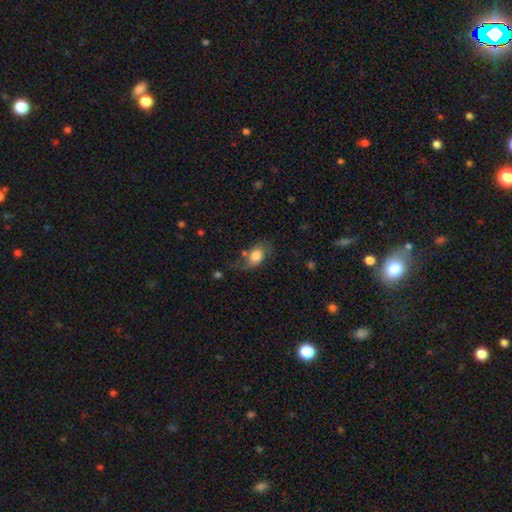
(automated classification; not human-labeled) smooth_or_featured: smooth (p=0.70) [alt: featured or disk p=0.22]
how_rounded: in between (p=0.79) [alt: round p=0.19]
merging: none (p=0.45) [alt: minor disturbance p=0.28]